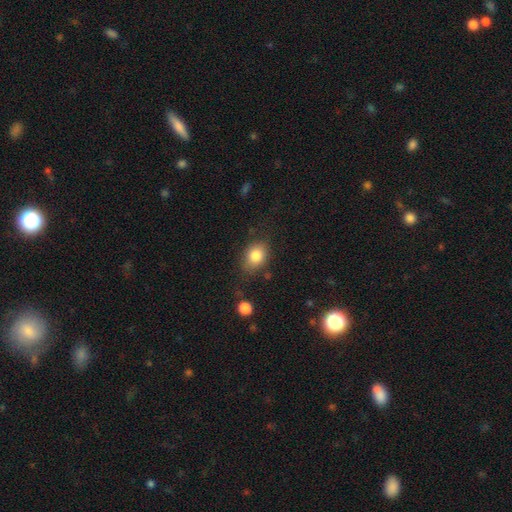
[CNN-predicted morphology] type=smooth (82%); roundness=in between (62%); merging=none (75%).